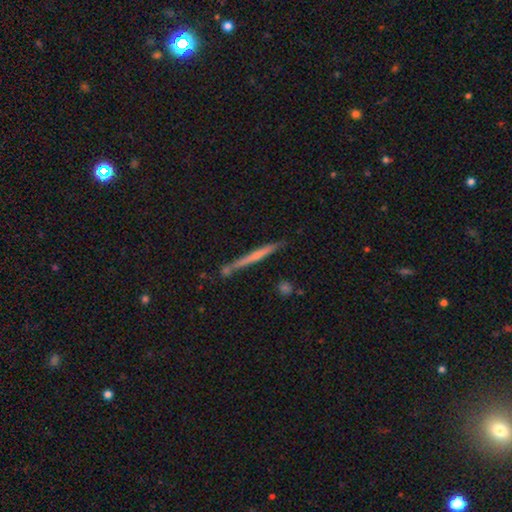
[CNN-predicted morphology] A featured or disk galaxy (50%). Merging: none (78%).